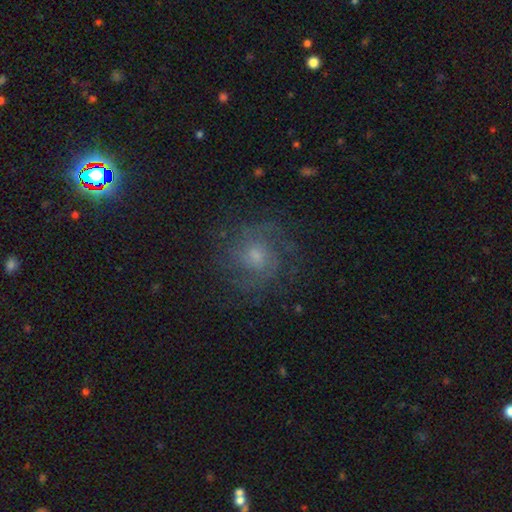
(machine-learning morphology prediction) A featured or disk galaxy (63%) with no bar (70%), medium (43%) spiral arms (87%) and a small central bulge (48%).

Vote fractions:
- Smooth or featured? featured or disk: 63% / smooth: 25% / star or artifact: 12%
- Edge-on disk? no: 98% / yes: 2%
- Bar? no: 70% / weak: 27% / strong: 3%
- Spiral arms? yes: 87% / no: 13%
- Spiral winding? medium: 43% / tight: 42% / loose: 16%
- Spiral arm count? can't tell: 40% / 2: 20% / 3: 19% / 4: 9% / 1: 6% / more than 4: 6%
- Bulge size? small: 48% / moderate: 40% / none: 6% / large: 5% / dominant: 1%
- Merging? none: 70% / minor disturbance: 16% / major disturbance: 13% / merger: 1%